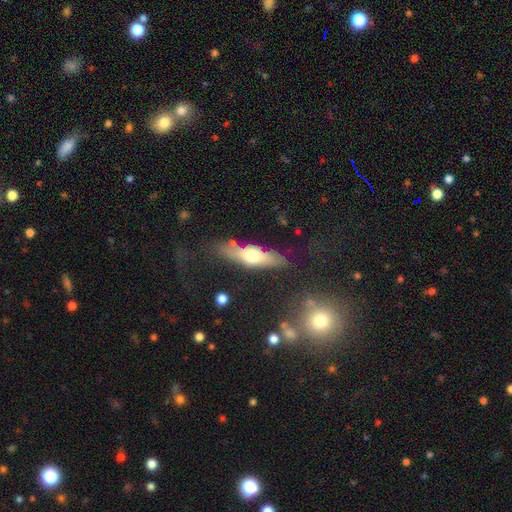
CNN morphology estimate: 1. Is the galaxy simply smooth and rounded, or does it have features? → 51% smooth, 42% featured or disk, 7% star or artifact.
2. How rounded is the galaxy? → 57% cigar-shaped, 40% in between, 3% round.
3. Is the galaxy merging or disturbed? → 76% none, 15% minor disturbance, 4% major disturbance, 4% merger.